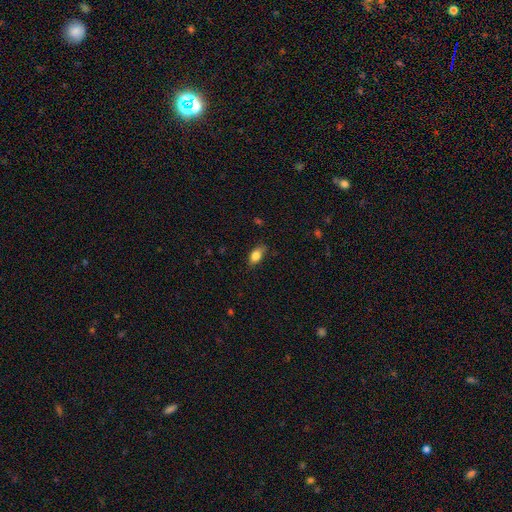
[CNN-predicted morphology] smooth 82%, featured or disk 9%, star or artifact 8%. Down the decision tree: how rounded — in between (85%); merging — none (73%).